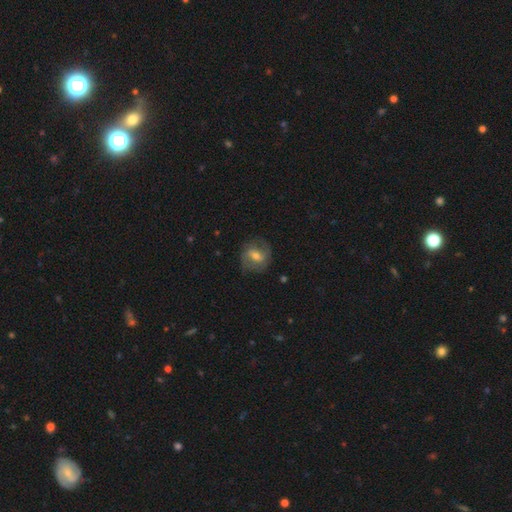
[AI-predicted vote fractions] A featured or disk galaxy (62%) with a weak bar (49%), spiral arms (81%) and a moderate central bulge (61%).

Vote fractions:
- Smooth or featured? featured or disk: 62% / smooth: 31% / star or artifact: 8%
- Edge-on disk? no: 96% / yes: 4%
- Bar? weak: 49% / strong: 28% / no: 23%
- Spiral arms? yes: 81% / no: 19%
- Bulge size? moderate: 61% / small: 31% / large: 5% / none: 2% / dominant: 1%
- Merging? none: 74% / minor disturbance: 17% / major disturbance: 8% / merger: 1%